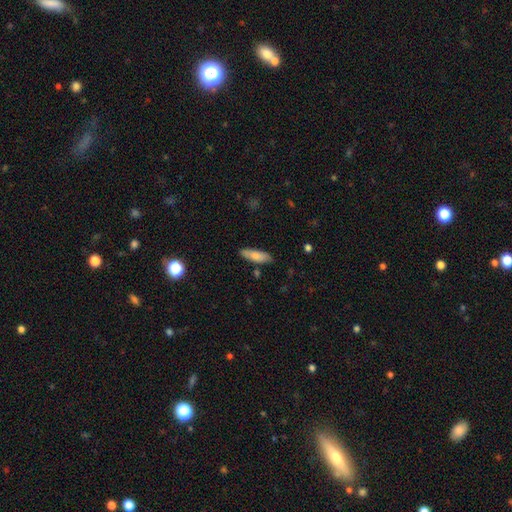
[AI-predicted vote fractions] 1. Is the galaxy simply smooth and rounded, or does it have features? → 75% smooth, 18% featured or disk, 6% star or artifact.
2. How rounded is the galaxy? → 50% in between, 48% cigar-shaped, 2% round.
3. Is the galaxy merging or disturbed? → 84% none, 12% minor disturbance, 2% merger, 2% major disturbance.